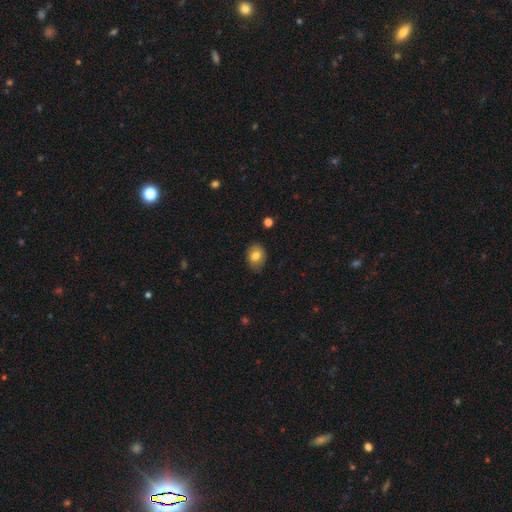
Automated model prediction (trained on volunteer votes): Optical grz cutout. It shows a smooth galaxy with no disk features (80%) that is in between round and cigar-shaped (64%). Merging: none (84%).